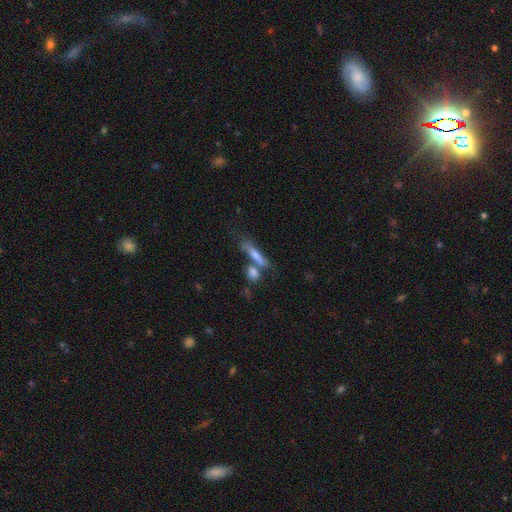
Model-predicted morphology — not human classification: A smooth galaxy with no disk features (56%) that is cigar-shaped (73%). Merging: none (45%).